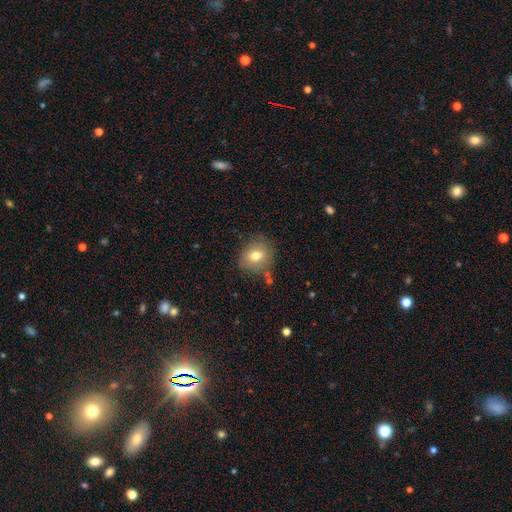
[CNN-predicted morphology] This appears to be a smooth galaxy with no disk features (75%) that is round (70%). Merging: none (73%).